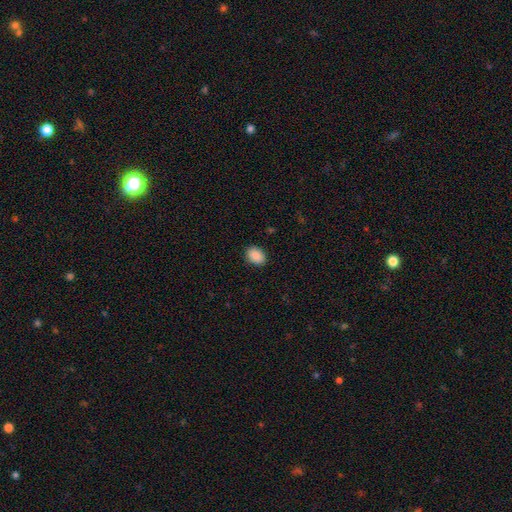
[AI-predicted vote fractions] Smooth or featured?
  - smooth: 90% *
  - star or artifact: 8%
  - featured or disk: 2%
How rounded?
  - in between: 72% *
  - round: 27%
  - cigar-shaped: 1%
Merging?
  - none: 89% *
  - minor disturbance: 8%
  - major disturbance: 2%
  - merger: 1%